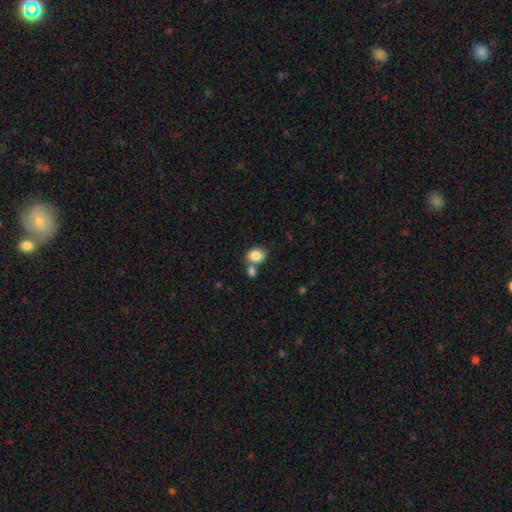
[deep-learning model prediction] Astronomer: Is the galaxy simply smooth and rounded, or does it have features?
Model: smooth — 86%.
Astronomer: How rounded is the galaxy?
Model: in between — 57% (runner-up: round, 42%).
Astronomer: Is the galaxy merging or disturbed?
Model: none — 55% (runner-up: merger, 30%).